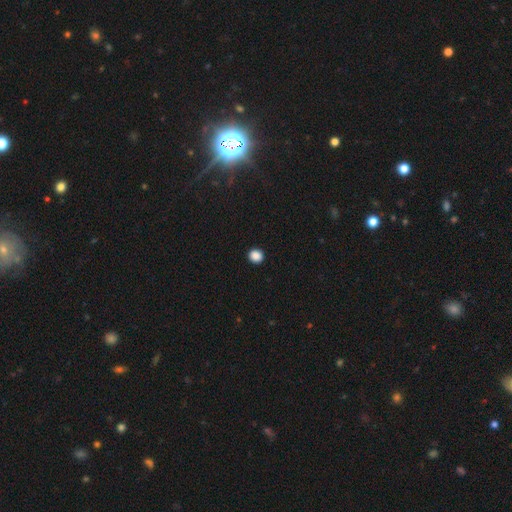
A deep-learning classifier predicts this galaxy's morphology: Smooth or featured?
  - smooth: 88% *
  - star or artifact: 10%
  - featured or disk: 2%
How rounded?
  - round: 83% *
  - in between: 16%
  - cigar-shaped: 1%
Merging?
  - none: 93% *
  - minor disturbance: 5%
  - major disturbance: 2%
  - merger: 1%